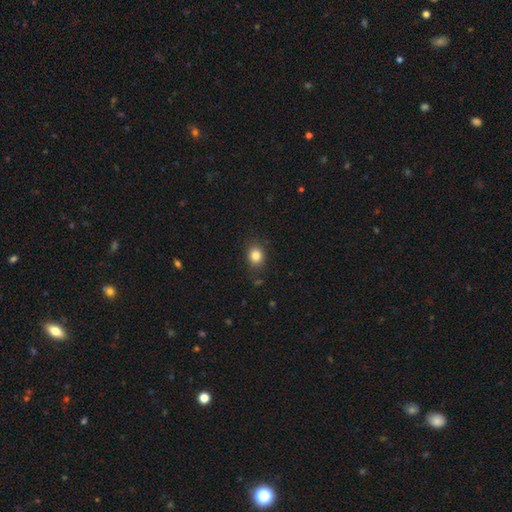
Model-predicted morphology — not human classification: Smooth or featured? Predicted: smooth (p=0.84). How rounded? Predicted: round (p=0.61). Merging? Predicted: none (p=0.85).